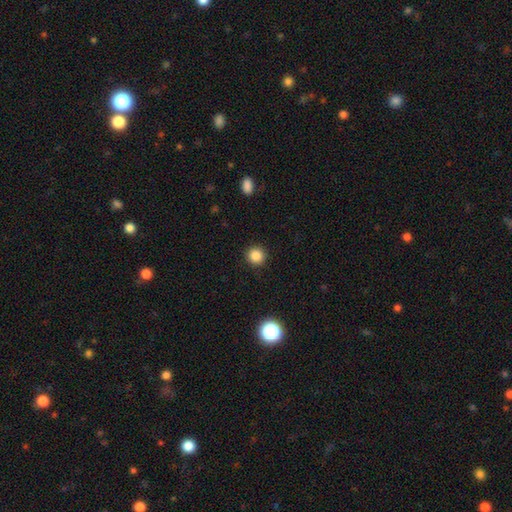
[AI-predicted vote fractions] The model was most divided on "smooth or featured": smooth: 85%, star or artifact: 11%, featured or disk: 3%. More confident: how rounded — round (93%); merging — none (92%).